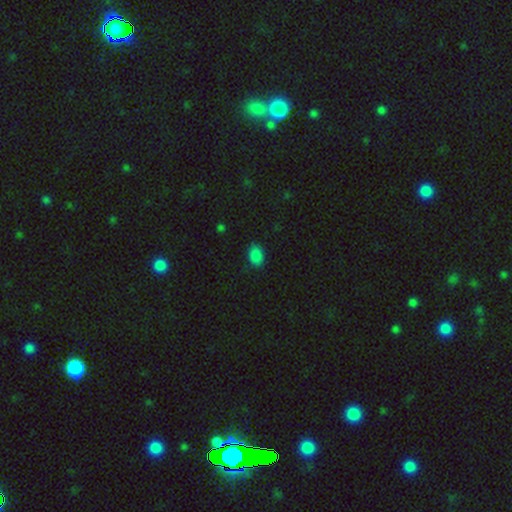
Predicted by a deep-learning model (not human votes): This is clearly a smooth galaxy (85%). How rounded: likely in between (74%). Merging: clearly none (83%).